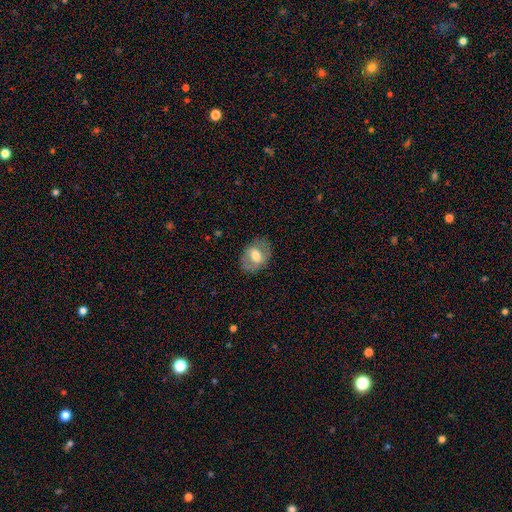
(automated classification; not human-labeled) Smooth or featured?
  - smooth: 52% *
  - featured or disk: 40%
  - star or artifact: 7%
How rounded?
  - in between: 70% *
  - round: 29%
  - cigar-shaped: 1%
Merging?
  - none: 77% *
  - minor disturbance: 16%
  - major disturbance: 6%
  - merger: 1%